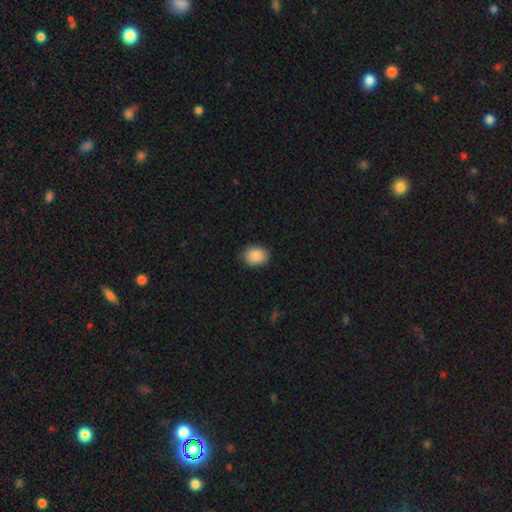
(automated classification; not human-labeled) A smooth galaxy with no disk features (89%) that is in between round and cigar-shaped (55%).

Vote fractions:
- Smooth or featured? smooth: 89% / star or artifact: 7% / featured or disk: 4%
- How rounded? in between: 55% / round: 44% / cigar-shaped: 1%
- Merging? none: 87% / minor disturbance: 10% / major disturbance: 2% / merger: 1%